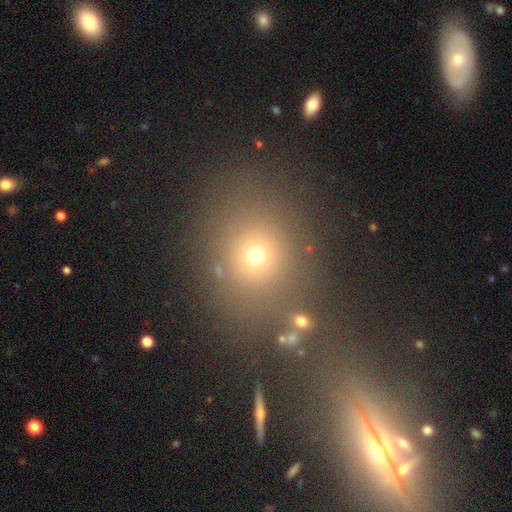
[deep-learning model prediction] Overall: smooth (63%; star or artifact 25%). How rounded: round (69%; in between 29%). Merging: none (73%).